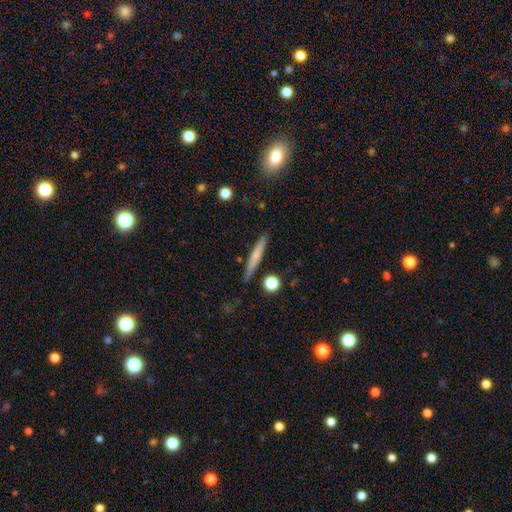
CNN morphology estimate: smooth_or_featured: smooth (p=0.60) [alt: featured or disk p=0.33]
how_rounded: cigar-shaped (p=0.94) [alt: in between p=0.04]
merging: none (p=0.86) [alt: minor disturbance p=0.10]